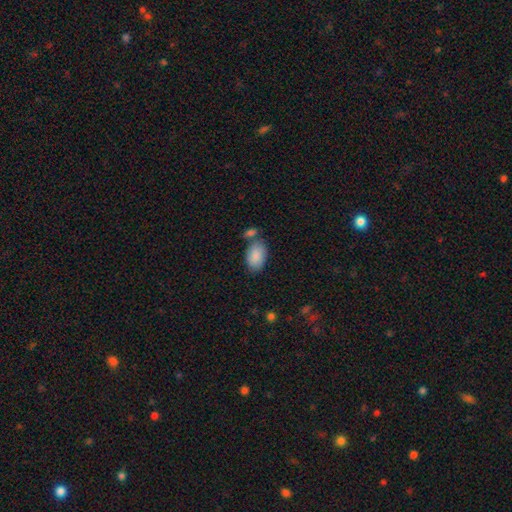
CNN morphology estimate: Overall: smooth (87%). How rounded: in between (92%). Merging: none (62%).